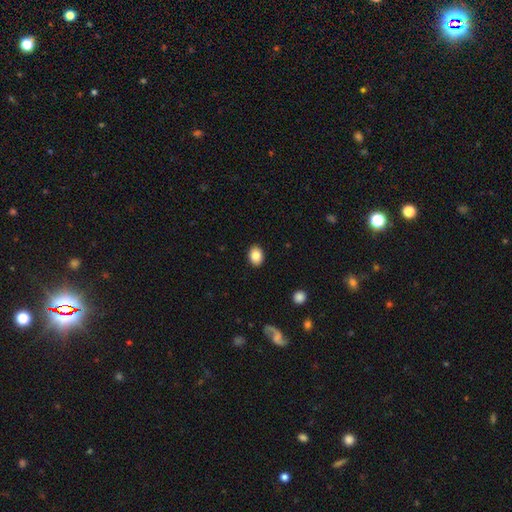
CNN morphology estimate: smooth-or-featured: smooth: 86% | star or artifact: 8% | featured or disk: 6%
  how-rounded: in between: 68% | round: 31% | cigar-shaped: 1%
  merging: none: 90% | minor disturbance: 7% | major disturbance: 2% | merger: 1%